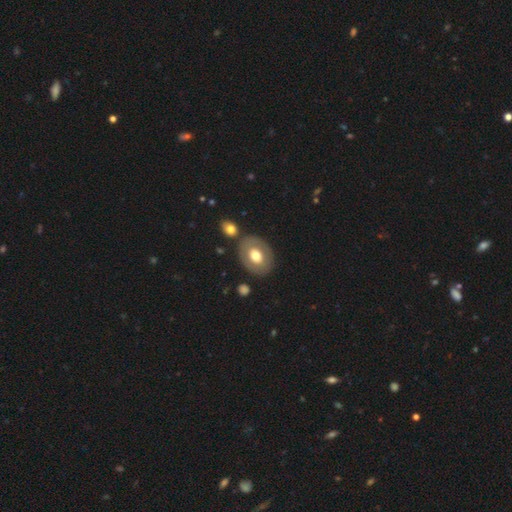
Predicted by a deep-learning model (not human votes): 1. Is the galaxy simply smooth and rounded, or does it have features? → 57% smooth, 37% featured or disk, 6% star or artifact.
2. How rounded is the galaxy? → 69% in between, 30% round, 1% cigar-shaped.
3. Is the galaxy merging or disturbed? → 79% none, 11% minor disturbance, 6% merger, 4% major disturbance.